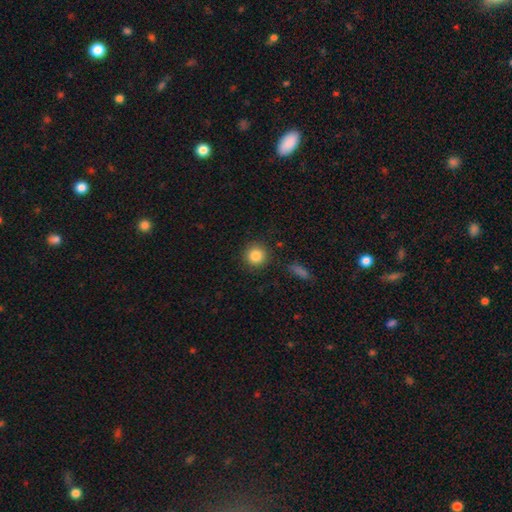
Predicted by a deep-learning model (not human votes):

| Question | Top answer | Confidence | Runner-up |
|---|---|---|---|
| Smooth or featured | smooth | 85% | star or artifact (10%) |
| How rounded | round | 93% | in between (6%) |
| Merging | none | 89% | minor disturbance (7%) |